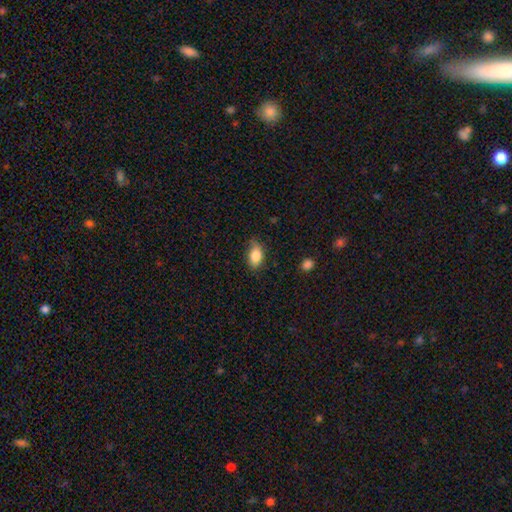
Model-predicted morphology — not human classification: This appears to be a smooth galaxy with no disk features (83%) that is in between round and cigar-shaped (87%). Merging: none (66%).